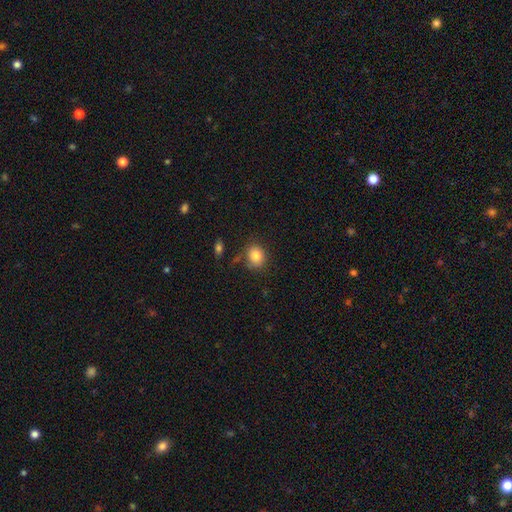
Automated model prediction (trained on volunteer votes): Smooth or featured? Predicted: smooth (p=0.84). How rounded? Predicted: round (p=0.62). Merging? Predicted: none (p=0.77).